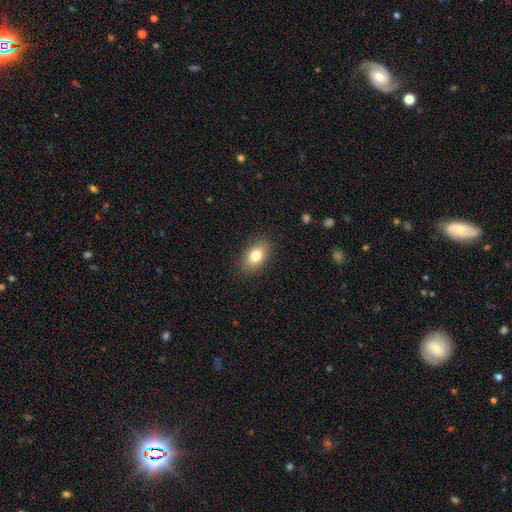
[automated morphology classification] Smooth or featured? smooth (80%)
How rounded? in between (88%)
Merging? none (87%)